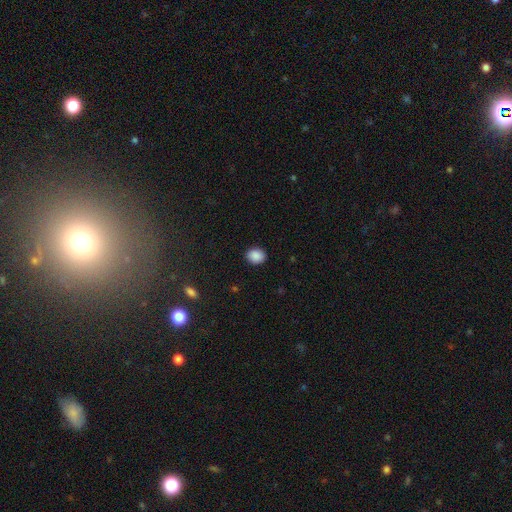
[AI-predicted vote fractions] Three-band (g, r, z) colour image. It shows a smooth galaxy with no disk features (89%) that is round (54%). Merging: none (90%).